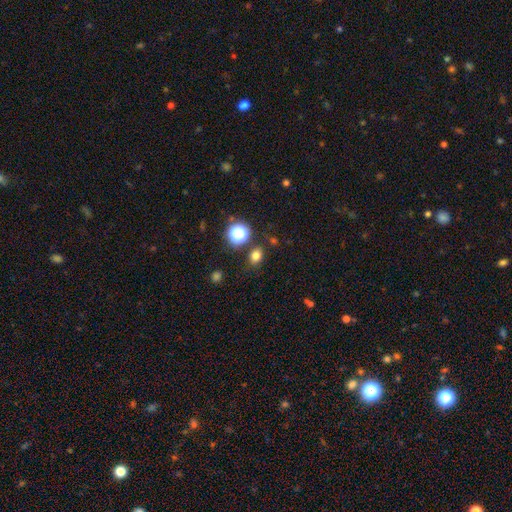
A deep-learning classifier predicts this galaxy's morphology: Smooth or featured? Predicted: smooth (p=0.75). How rounded? Predicted: round (p=0.50). Merging? Predicted: none (p=0.82).